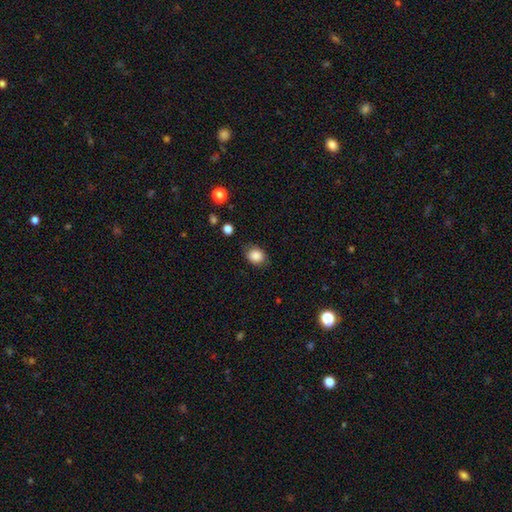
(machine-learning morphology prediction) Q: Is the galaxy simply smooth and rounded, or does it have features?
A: smooth — 86%.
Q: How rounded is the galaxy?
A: round — 51%.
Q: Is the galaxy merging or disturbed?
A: none — 77%.